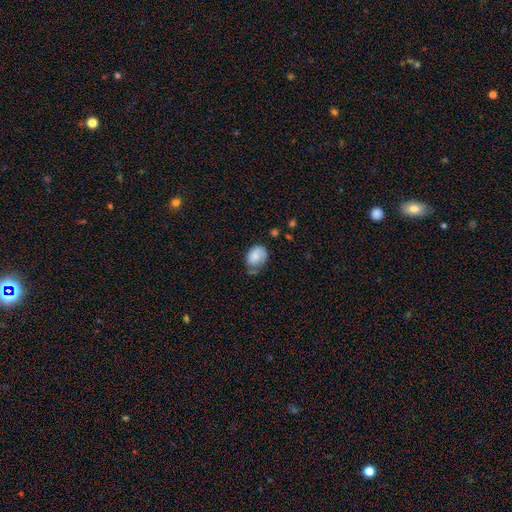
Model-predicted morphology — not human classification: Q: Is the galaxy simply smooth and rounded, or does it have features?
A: smooth — 76%.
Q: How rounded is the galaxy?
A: in between — 72%.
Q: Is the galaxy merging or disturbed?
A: none — 43%.